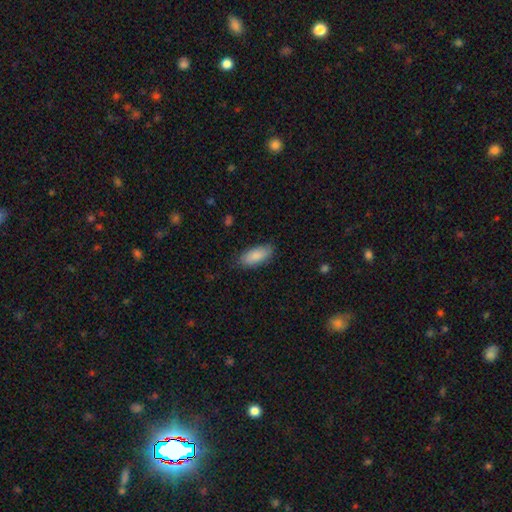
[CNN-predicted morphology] Q: Smooth or featured?
A: smooth (87%); runner-up: featured or disk (7%)
Q: How rounded?
A: in between (87%); runner-up: cigar-shaped (12%)
Q: Merging?
A: none (82%); runner-up: minor disturbance (14%)